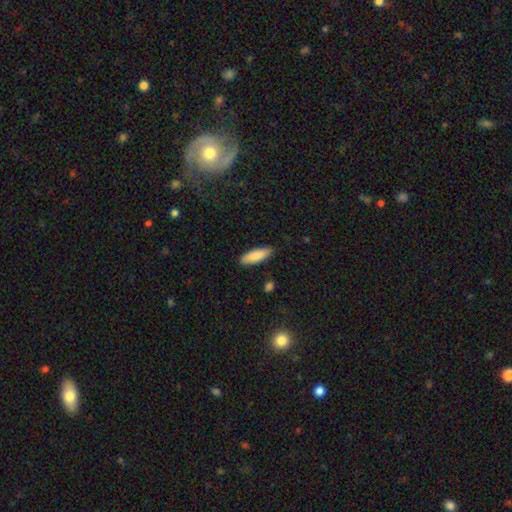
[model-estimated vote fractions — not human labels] The model was most divided on "how rounded": in between: 58%, cigar-shaped: 41%, round: 2%. More confident: merging — none (87%); smooth or featured — smooth (86%).